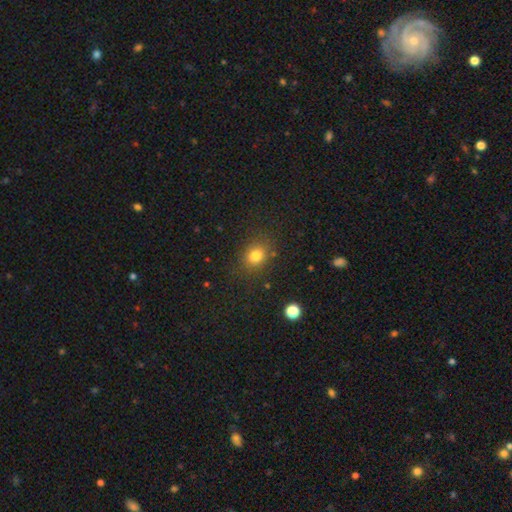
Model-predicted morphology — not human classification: A smooth galaxy with no disk features (79%) that is round (62%).

Vote fractions:
- Smooth or featured? smooth: 79% / star or artifact: 15% / featured or disk: 7%
- How rounded? round: 62% / in between: 37% / cigar-shaped: 1%
- Merging? none: 82% / minor disturbance: 12% / major disturbance: 4% / merger: 2%